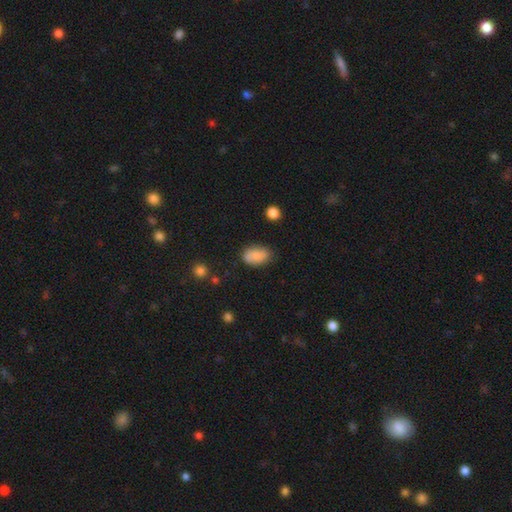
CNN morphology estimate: smooth-or-featured: smooth: 79% | featured or disk: 13% | star or artifact: 8%
  how-rounded: in between: 89% | round: 9% | cigar-shaped: 2%
  merging: none: 74% | minor disturbance: 19% | major disturbance: 4% | merger: 3%